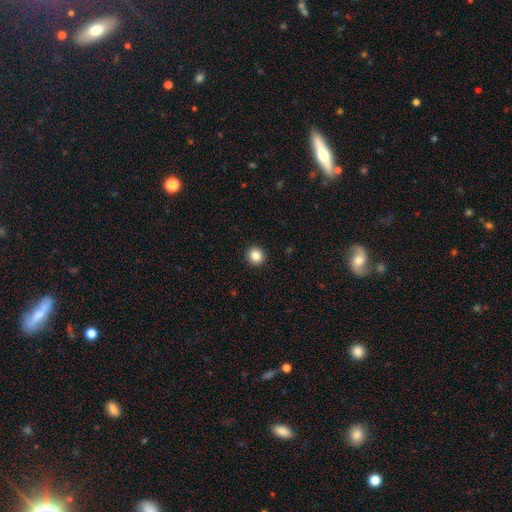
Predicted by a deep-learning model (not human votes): Smooth or featured? smooth (86%)
How rounded? round (92%)
Merging? none (93%)